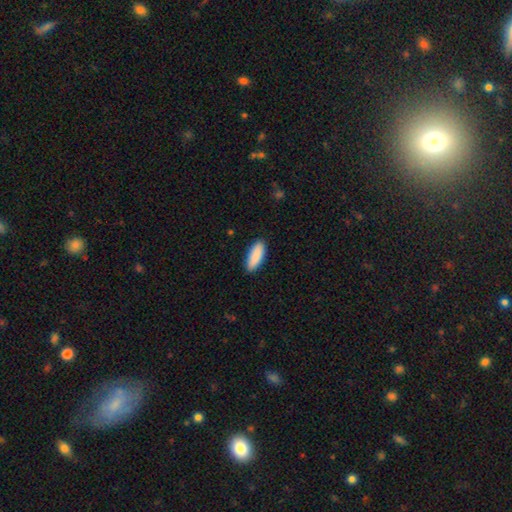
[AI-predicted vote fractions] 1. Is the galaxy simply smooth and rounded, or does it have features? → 91% smooth, 5% star or artifact, 4% featured or disk.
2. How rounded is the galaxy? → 70% in between, 28% cigar-shaped, 2% round.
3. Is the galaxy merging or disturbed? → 89% none, 8% minor disturbance, 2% major disturbance, 1% merger.